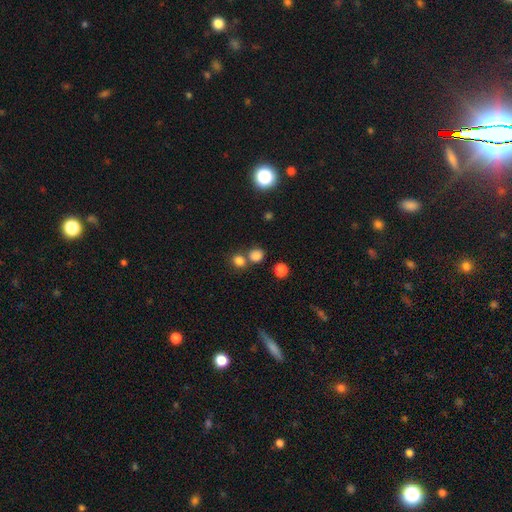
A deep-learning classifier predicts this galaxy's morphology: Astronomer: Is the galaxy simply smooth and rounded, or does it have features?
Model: smooth — 80%.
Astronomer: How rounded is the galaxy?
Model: round — 80%.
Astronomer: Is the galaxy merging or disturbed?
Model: none — 59%.